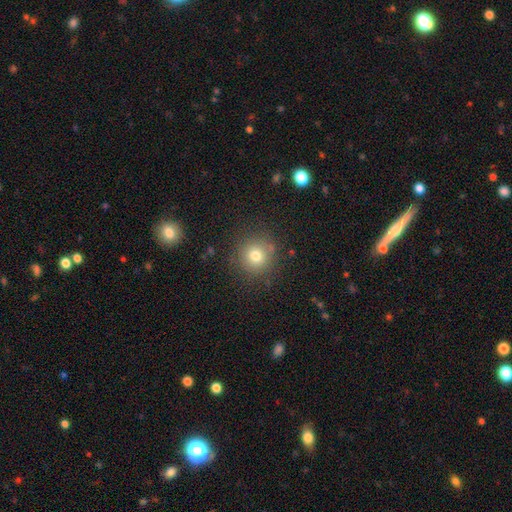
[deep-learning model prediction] Morphology: type=smooth (76%); roundness=round (93%); merging=none (86%).